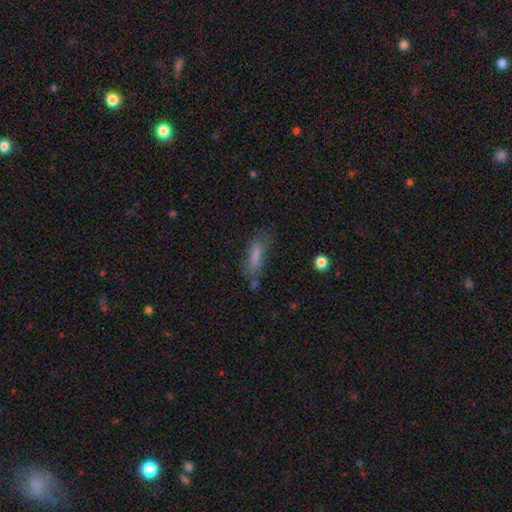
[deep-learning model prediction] Smooth or featured: smooth — 74% (featured or disk — 17%)
How rounded: cigar-shaped — 50% (in between — 48%)
Merging: none — 55% (minor disturbance — 26%)